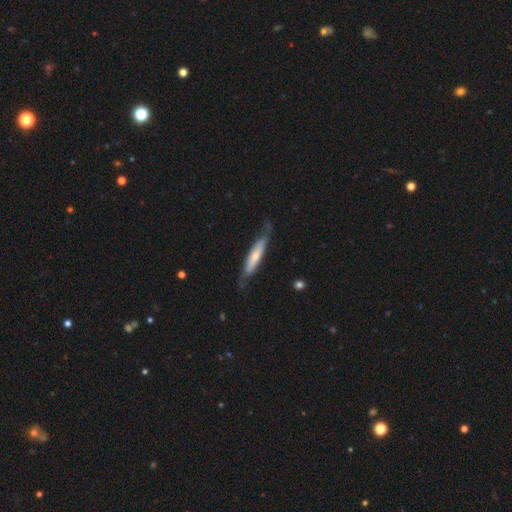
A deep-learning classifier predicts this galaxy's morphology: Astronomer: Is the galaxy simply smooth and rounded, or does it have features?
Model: featured or disk — 49% (runner-up: smooth, 46%).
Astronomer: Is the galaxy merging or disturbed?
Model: none — 67%.